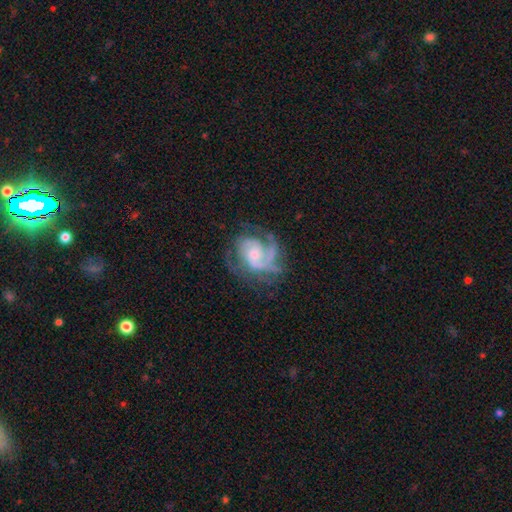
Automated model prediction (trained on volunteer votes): Morphology: type=featured or disk (87%); edge-on=no (98%); bar=no (60%); spiral arms=yes (96%); winding=medium (45%); arm count=2 (44%); bulge=small (45%); merging=none (58%).